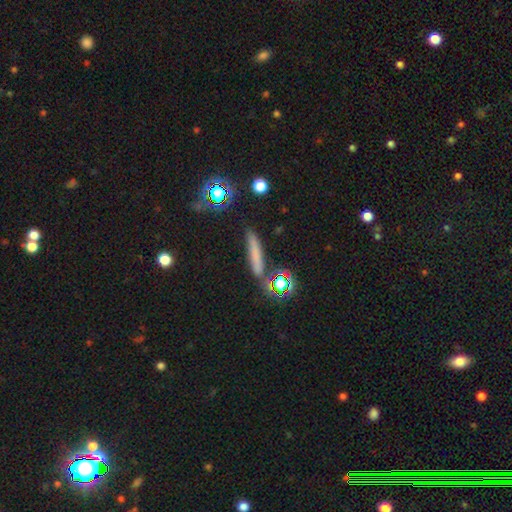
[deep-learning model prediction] smooth 62%, featured or disk 19%, star or artifact 18%. Down the decision tree: how rounded — cigar-shaped (88%); merging — none (80%).